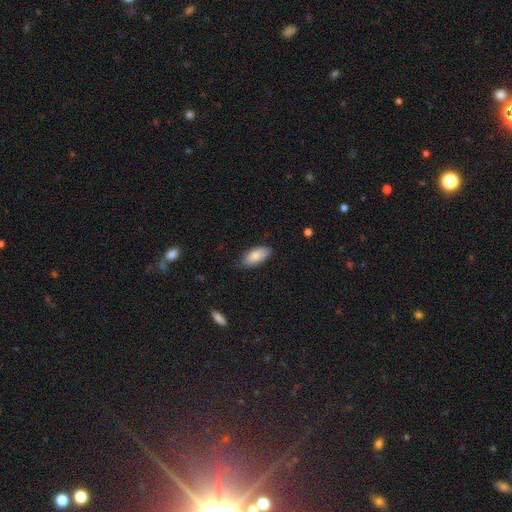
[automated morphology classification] A smooth galaxy with no disk features (84%) that is in between round and cigar-shaped (91%). Merging: none (78%).